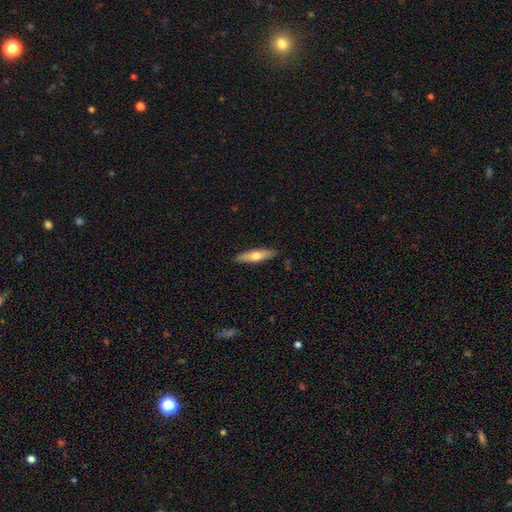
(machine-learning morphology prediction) This appears to be a smooth galaxy with no disk features (57%) that is cigar-shaped (72%). Merging: none (89%).